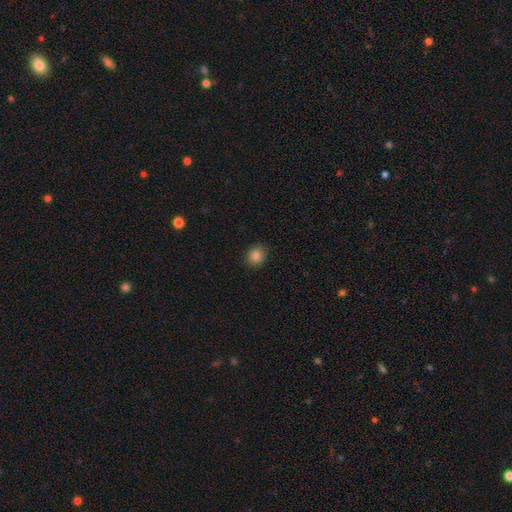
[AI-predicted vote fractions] This is clearly a smooth galaxy (84%). How rounded: likely round (69%). Merging: clearly none (90%).